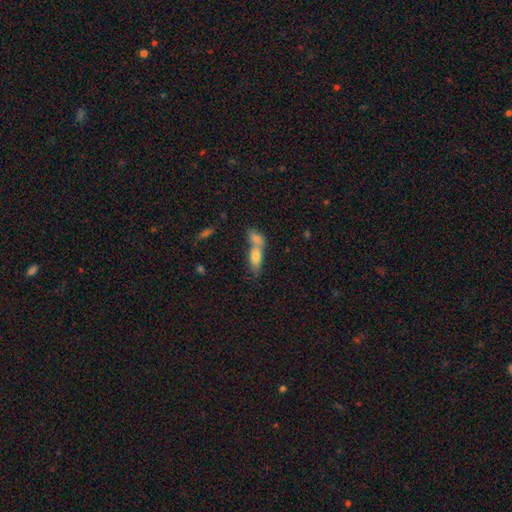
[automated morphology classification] The model was most divided on "merging": merger: 63%, none: 26%, minor disturbance: 7%, major disturbance: 4%. More confident: smooth or featured — smooth (74%); how rounded — in between (70%).